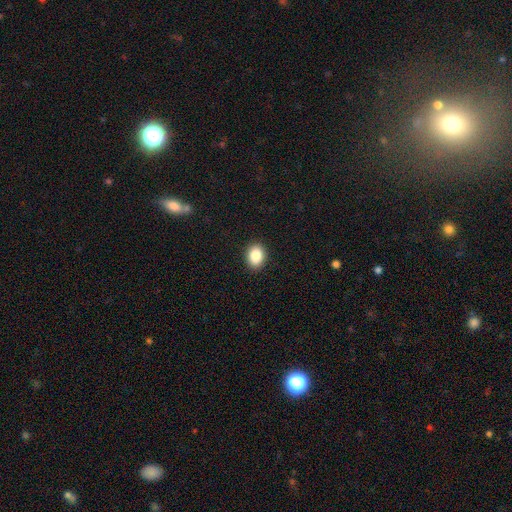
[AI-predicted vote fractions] A smooth galaxy with no disk features (86%) that is in between round and cigar-shaped (64%). Merging: none (91%).